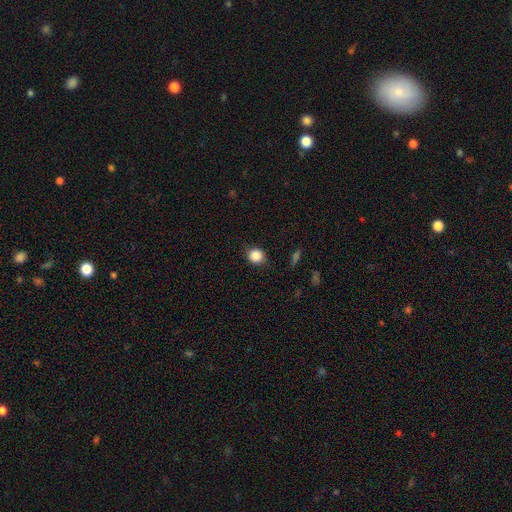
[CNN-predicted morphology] A smooth galaxy with no disk features (87%) that is round (84%).

Vote fractions:
- Smooth or featured? smooth: 87% / star or artifact: 10% / featured or disk: 4%
- How rounded? round: 84% / in between: 15% / cigar-shaped: 1%
- Merging? none: 85% / minor disturbance: 11% / major disturbance: 3% / merger: 1%